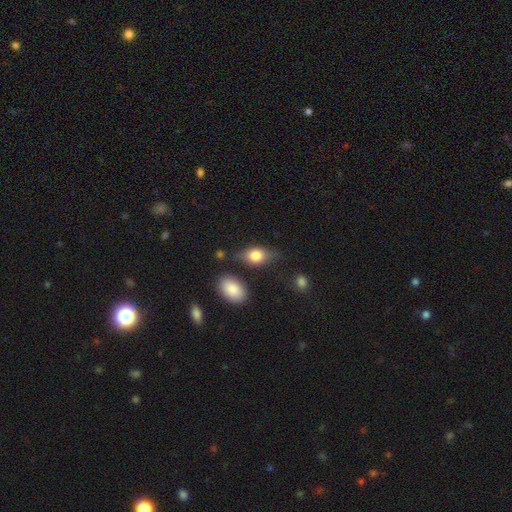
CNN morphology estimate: The model was most divided on "merging": none: 66%, minor disturbance: 22%, major disturbance: 7%, merger: 6%. More confident: how rounded — in between (81%); smooth or featured — smooth (76%).